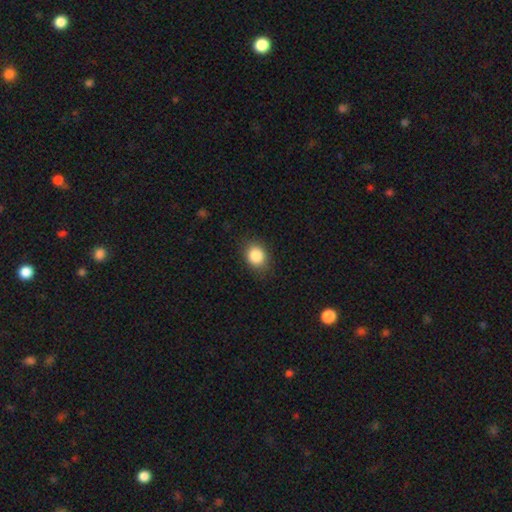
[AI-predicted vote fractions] A smooth galaxy with no disk features (86%) that is round (52%). Merging: none (85%).